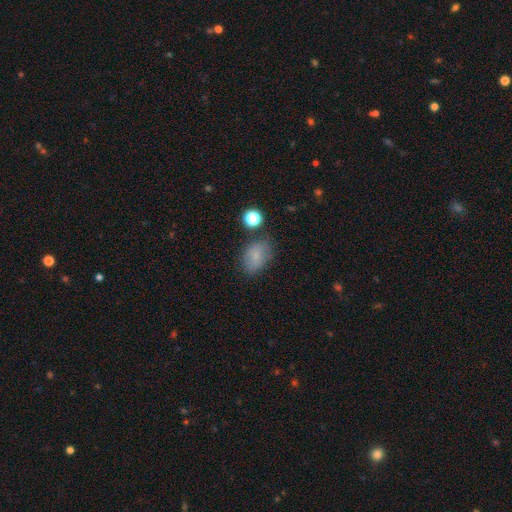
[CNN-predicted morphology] type=smooth (74%); roundness=in between (78%); merging=none (70%).